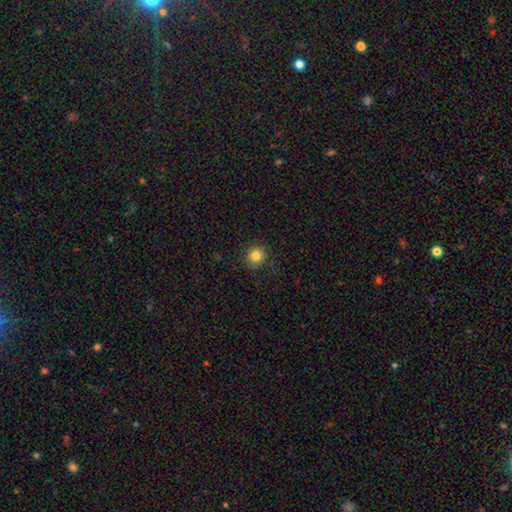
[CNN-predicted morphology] smooth_or_featured: smooth (p=0.82) [alt: star or artifact p=0.12]
how_rounded: round (p=0.90) [alt: in between p=0.09]
merging: none (p=0.85) [alt: minor disturbance p=0.10]